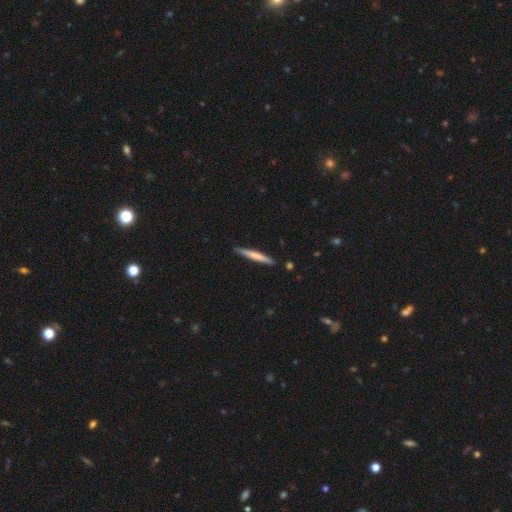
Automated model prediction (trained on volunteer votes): A smooth galaxy with no disk features (64%) that is cigar-shaped (96%). Merging: none (89%).